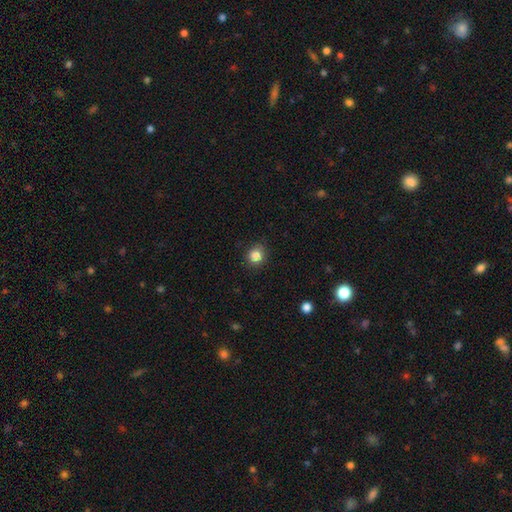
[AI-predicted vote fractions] Q: Smooth or featured?
A: smooth (85%); runner-up: star or artifact (11%)
Q: How rounded?
A: round (83%); runner-up: in between (16%)
Q: Merging?
A: none (84%); runner-up: minor disturbance (12%)